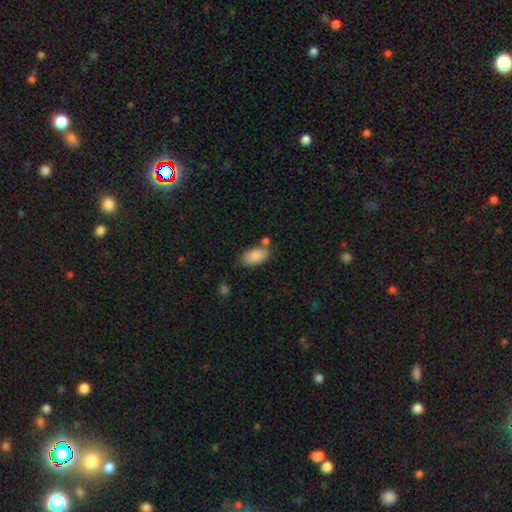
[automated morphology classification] Smooth or featured? Predicted: smooth (p=0.86). How rounded? Predicted: in between (p=0.94). Merging? Predicted: none (p=0.67).